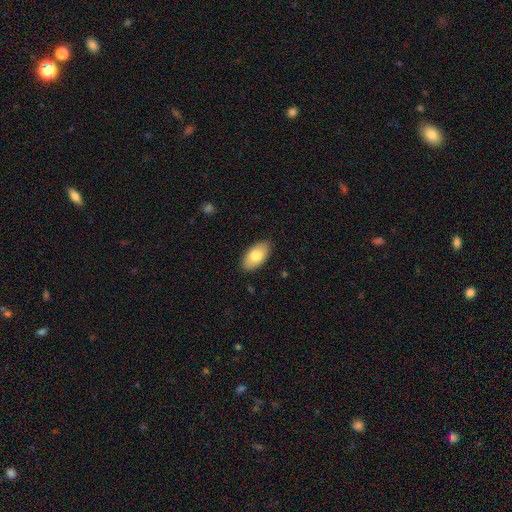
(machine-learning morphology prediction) This appears to be a smooth galaxy with no disk features (79%) that is in between round and cigar-shaped (94%). Merging: none (88%).